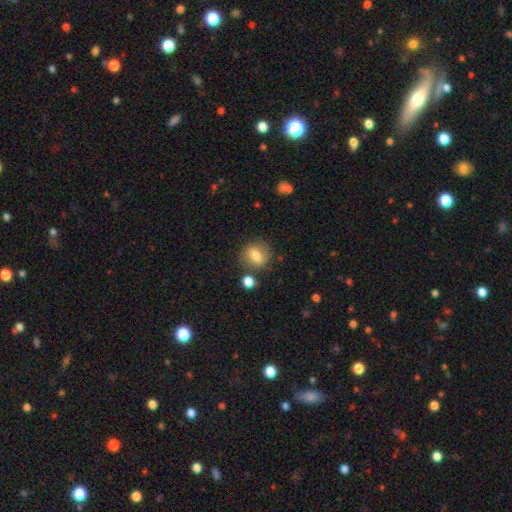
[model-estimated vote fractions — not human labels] This is likely a smooth galaxy (75%). How rounded: likely round (66%). Merging: likely none (76%).